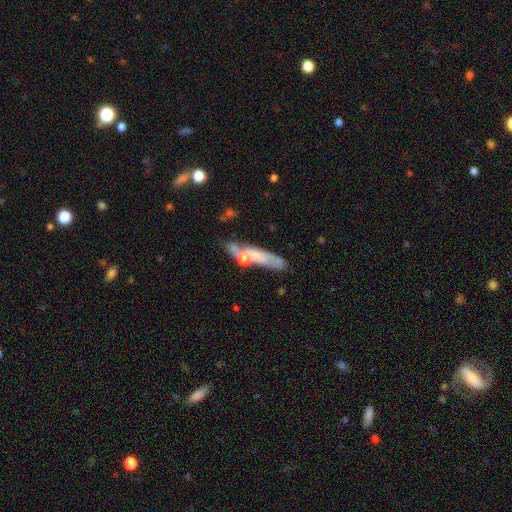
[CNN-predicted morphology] A featured or disk galaxy (47%).

Vote fractions:
- Smooth or featured? featured or disk: 47% / smooth: 44% / star or artifact: 9%
- Merging? none: 48% / minor disturbance: 21% / merger: 19% / major disturbance: 12%